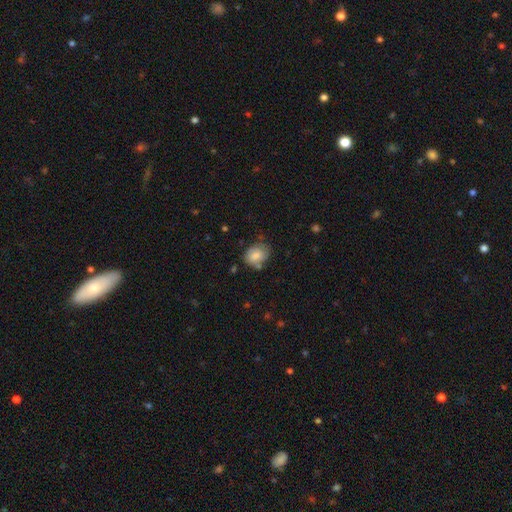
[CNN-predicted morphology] smooth_or_featured: smooth (p=0.75) [alt: featured or disk p=0.17]
how_rounded: in between (p=0.63) [alt: round p=0.36]
merging: none (p=0.59) [alt: minor disturbance p=0.26]